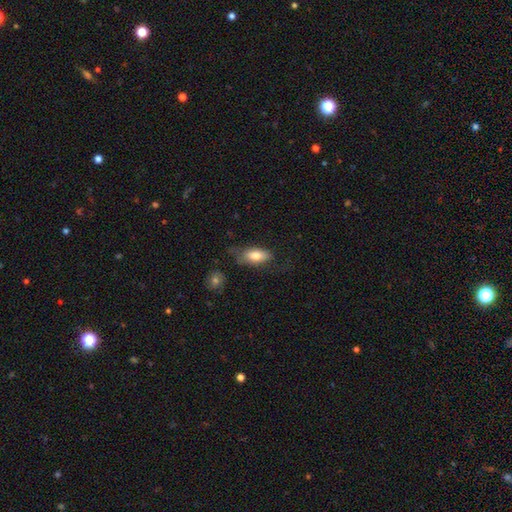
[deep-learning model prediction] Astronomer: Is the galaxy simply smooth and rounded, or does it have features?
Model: smooth — 77%.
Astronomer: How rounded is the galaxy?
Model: in between — 87%.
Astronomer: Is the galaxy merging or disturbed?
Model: none — 57%.